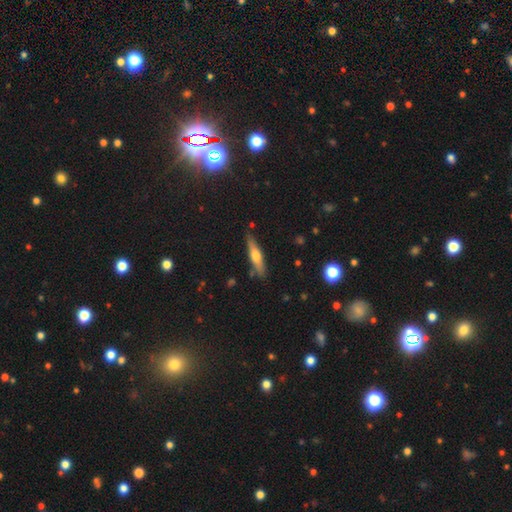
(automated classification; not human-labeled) featured or disk 48%, smooth 46%, star or artifact 6%. Down the decision tree: merging — none (82%).